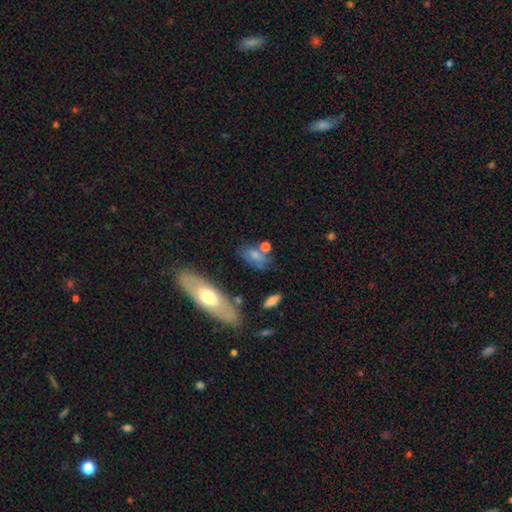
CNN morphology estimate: smooth-or-featured: smooth: 67% | featured or disk: 21% | star or artifact: 12%
  how-rounded: in between: 78% | round: 15% | cigar-shaped: 7%
  merging: none: 52% | minor disturbance: 20% | merger: 18% | major disturbance: 10%